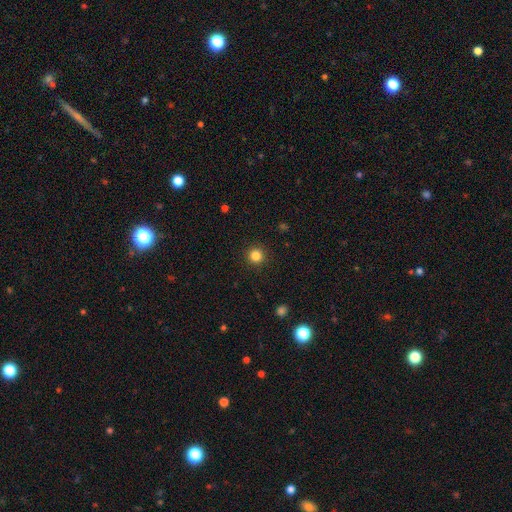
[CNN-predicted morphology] Smooth or featured? smooth (84%)
How rounded? round (95%)
Merging? none (92%)